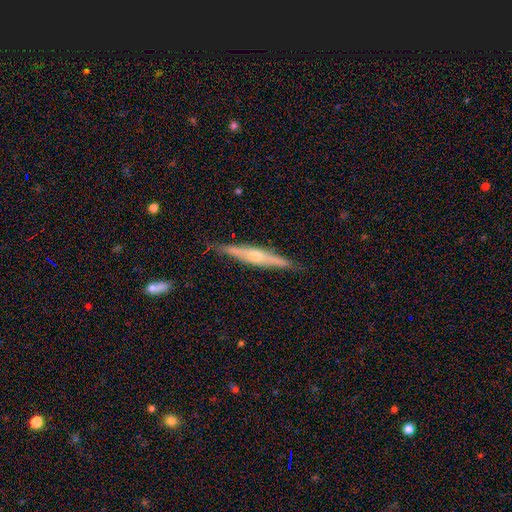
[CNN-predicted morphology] A featured or disk galaxy (74%) viewed edge-on (95%) with a rounded central bulge (84%).

Vote fractions:
- Smooth or featured? featured or disk: 74% / smooth: 20% / star or artifact: 6%
- Edge-on disk? yes: 95% / no: 5%
- Edge-on bulge? rounded: 84% / none: 9% / boxy: 8%
- Merging? none: 85% / minor disturbance: 11% / major disturbance: 2% / merger: 1%